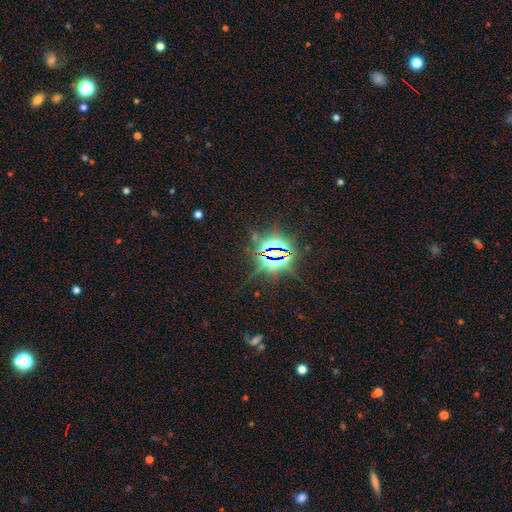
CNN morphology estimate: smooth_or_featured: star or artifact (p=0.84) [alt: smooth p=0.09]